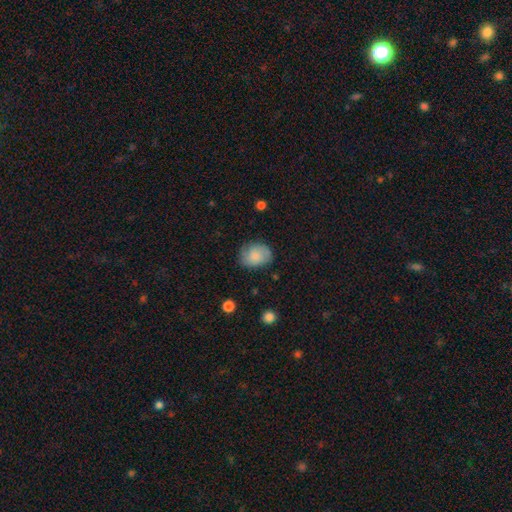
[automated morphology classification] This appears to be a smooth galaxy with no disk features (78%) that is in between round and cigar-shaped (57%). Merging: none (72%).